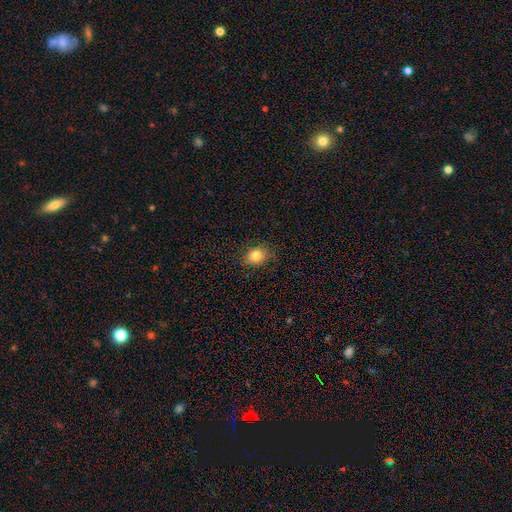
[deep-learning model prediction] The model was most divided on "how rounded": in between: 52%, round: 47%, cigar-shaped: 1%. More confident: merging — none (82%); smooth or featured — smooth (82%).